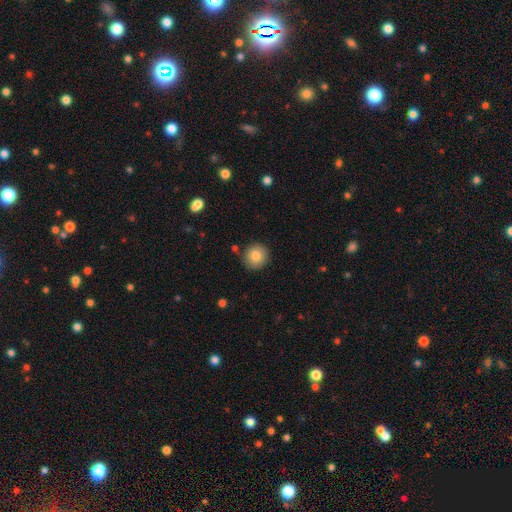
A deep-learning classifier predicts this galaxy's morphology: Smooth or featured: smooth — 83% (star or artifact — 9%)
How rounded: round — 94% (in between — 5%)
Merging: none — 88% (minor disturbance — 8%)